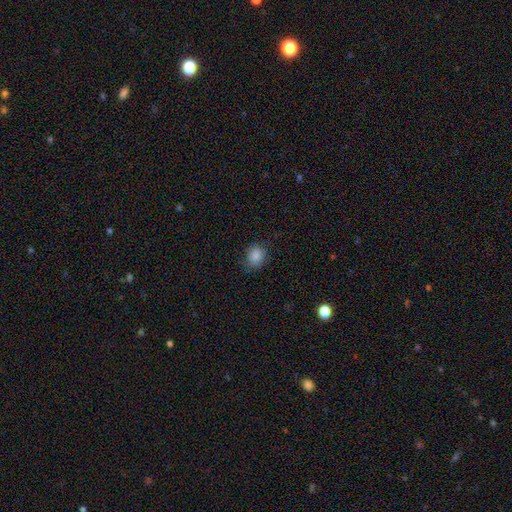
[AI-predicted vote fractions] Smooth or featured?
  - smooth: 85% *
  - star or artifact: 9%
  - featured or disk: 6%
How rounded?
  - round: 60% *
  - in between: 39%
  - cigar-shaped: 1%
Merging?
  - none: 79% *
  - minor disturbance: 16%
  - major disturbance: 4%
  - merger: 1%